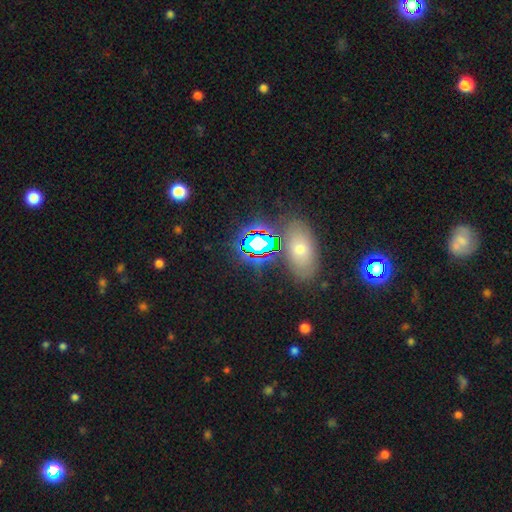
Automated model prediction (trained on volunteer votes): Overall: star or artifact (63%; smooth 26%).